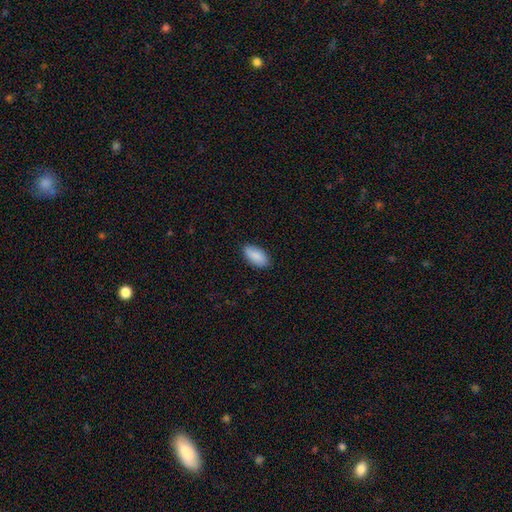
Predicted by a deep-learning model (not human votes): Q: Smooth or featured?
A: smooth (87%); runner-up: featured or disk (7%)
Q: How rounded?
A: in between (94%); runner-up: cigar-shaped (4%)
Q: Merging?
A: none (83%); runner-up: minor disturbance (14%)